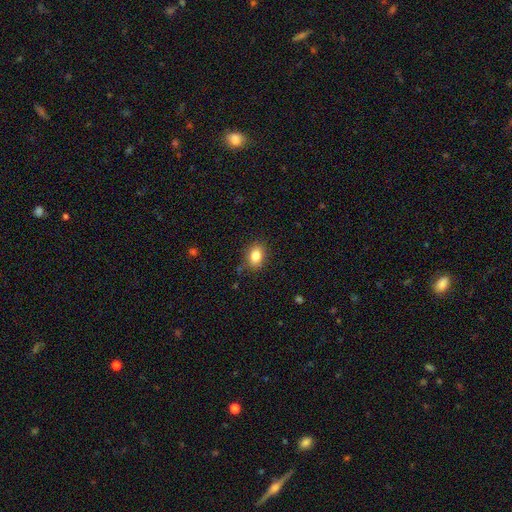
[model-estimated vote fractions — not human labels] smooth_or_featured: smooth (p=0.84) [alt: star or artifact p=0.09]
how_rounded: in between (p=0.74) [alt: round p=0.25]
merging: none (p=0.82) [alt: minor disturbance p=0.14]